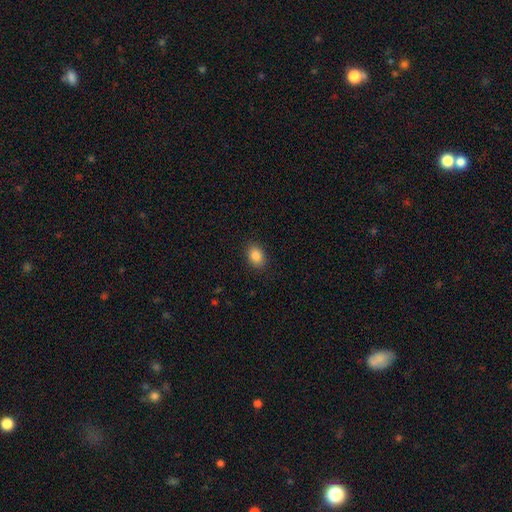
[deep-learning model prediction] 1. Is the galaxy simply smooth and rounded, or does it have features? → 86% smooth, 9% star or artifact, 5% featured or disk.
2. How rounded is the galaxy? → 71% in between, 28% round, 1% cigar-shaped.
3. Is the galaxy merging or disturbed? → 89% none, 8% minor disturbance, 2% major disturbance, 1% merger.